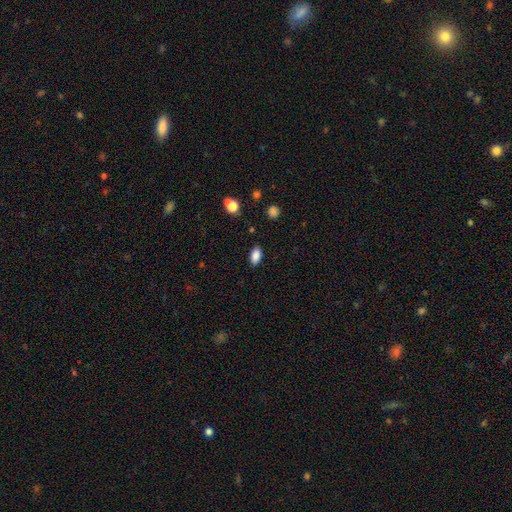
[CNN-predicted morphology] Overall: smooth (87%). How rounded: in between (91%). Merging: none (87%).